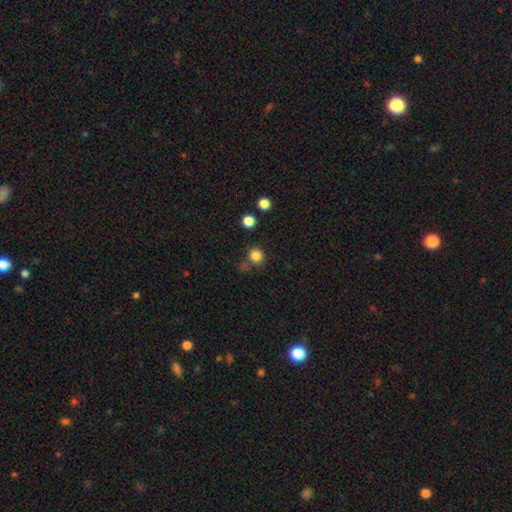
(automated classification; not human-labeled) smooth-or-featured: smooth: 82% | star or artifact: 13% | featured or disk: 4%
  how-rounded: round: 90% | in between: 9% | cigar-shaped: 1%
  merging: none: 74% | minor disturbance: 11% | merger: 11% | major disturbance: 5%